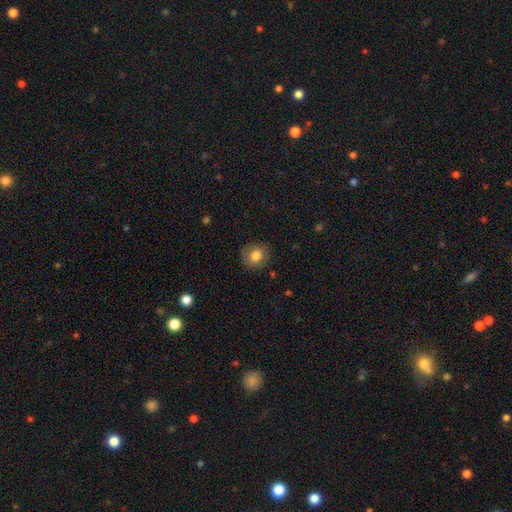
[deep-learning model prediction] Smooth or featured? smooth (75%)
How rounded? round (76%)
Merging? none (83%)